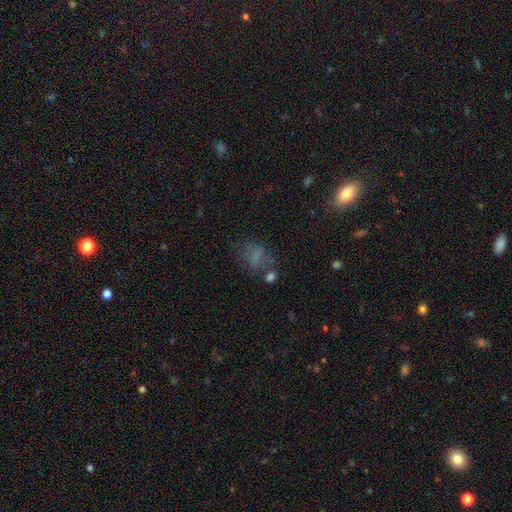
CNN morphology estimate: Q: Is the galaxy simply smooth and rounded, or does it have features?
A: smooth — 59%.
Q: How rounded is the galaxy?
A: in between — 62%.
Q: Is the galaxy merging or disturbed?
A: none — 46%.